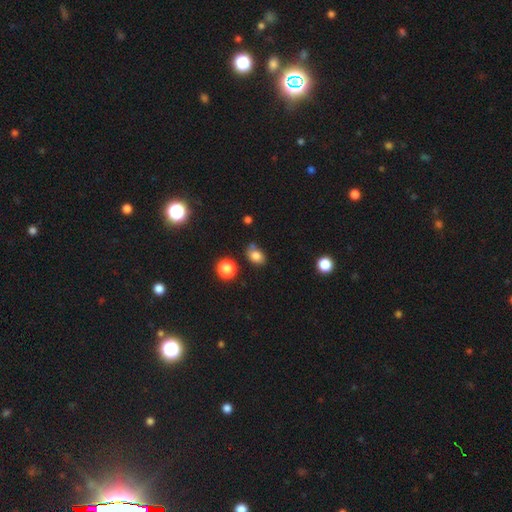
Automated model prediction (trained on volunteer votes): smooth-or-featured: smooth: 80% | star or artifact: 12% | featured or disk: 8%
  how-rounded: in between: 68% | round: 30% | cigar-shaped: 1%
  merging: none: 65% | minor disturbance: 21% | merger: 8% | major disturbance: 5%